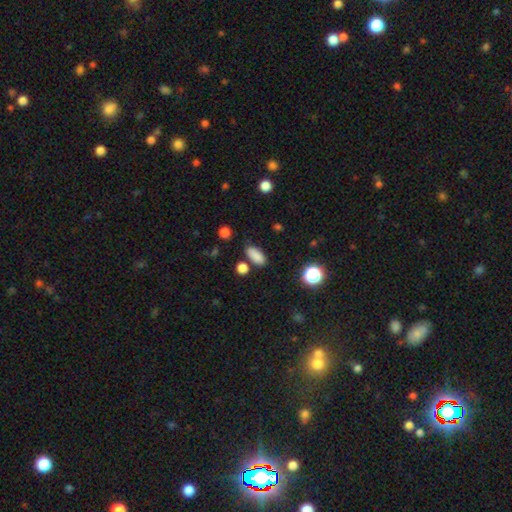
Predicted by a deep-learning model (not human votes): Smooth or featured? smooth (84%)
How rounded? in between (83%)
Merging? none (77%)